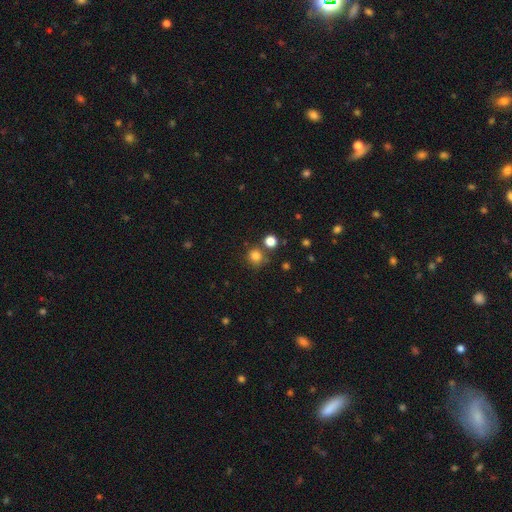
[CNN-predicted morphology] Overall: smooth (81%). How rounded: round (90%). Merging: none (73%).